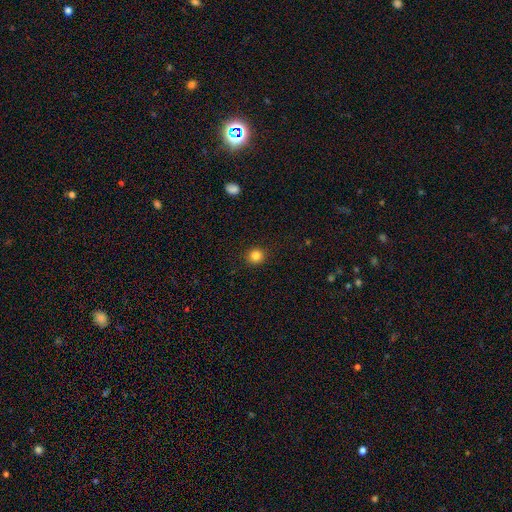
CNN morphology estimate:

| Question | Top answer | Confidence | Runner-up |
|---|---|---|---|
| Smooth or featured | smooth | 84% | star or artifact (11%) |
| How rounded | round | 92% | in between (7%) |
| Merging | none | 91% | minor disturbance (6%) |